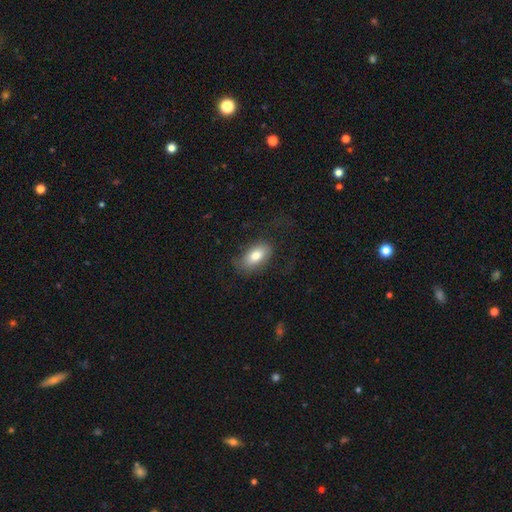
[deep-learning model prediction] Morphology: type=smooth (76%); roundness=in between (91%); merging=none (67%).